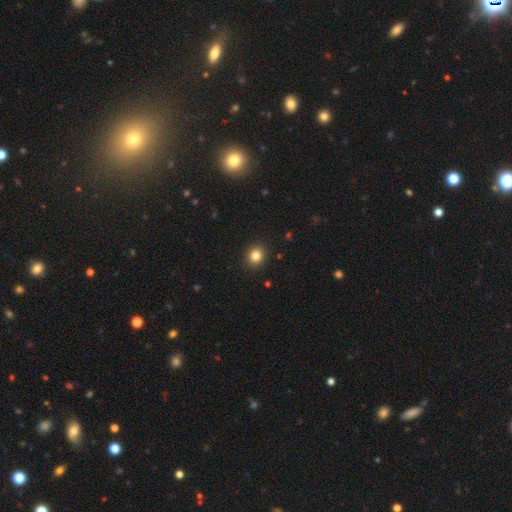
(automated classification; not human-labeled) Smooth or featured: smooth — 83% (star or artifact — 11%)
How rounded: round — 75% (in between — 24%)
Merging: none — 91% (minor disturbance — 6%)